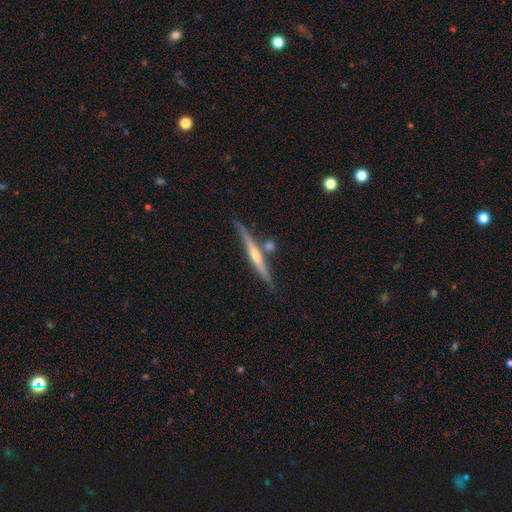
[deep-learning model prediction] smooth_or_featured: featured or disk (p=0.69) [alt: smooth p=0.25]
disk_edge_on: yes (p=0.97) [alt: no p=0.03]
edge_on_bulge: rounded (p=0.65) [alt: none p=0.27]
merging: none (p=0.76) [alt: minor disturbance p=0.11]